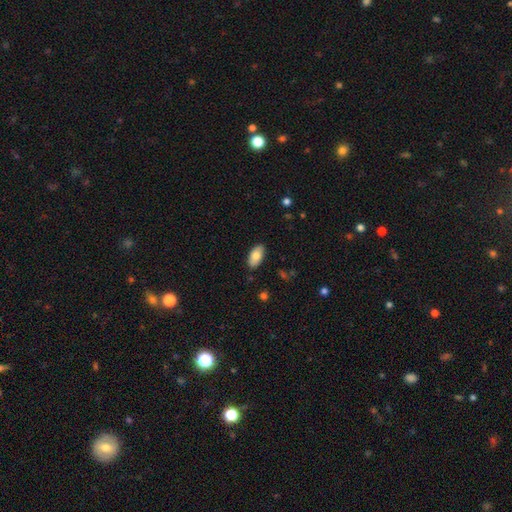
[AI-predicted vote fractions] A smooth galaxy with no disk features (78%) that is in between round and cigar-shaped (94%).

Vote fractions:
- Smooth or featured? smooth: 78% / featured or disk: 16% / star or artifact: 6%
- How rounded? in between: 94% / cigar-shaped: 3% / round: 3%
- Merging? none: 87% / minor disturbance: 10% / major disturbance: 2% / merger: 1%